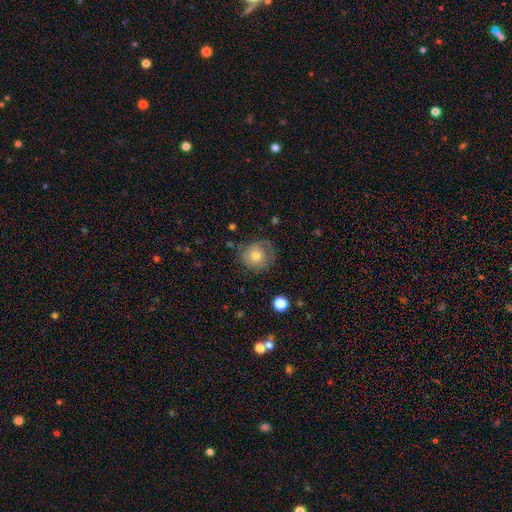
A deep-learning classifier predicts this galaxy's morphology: smooth_or_featured: smooth (p=0.63) [alt: featured or disk p=0.28]
how_rounded: round (p=0.87) [alt: in between p=0.12]
merging: none (p=0.67) [alt: minor disturbance p=0.21]